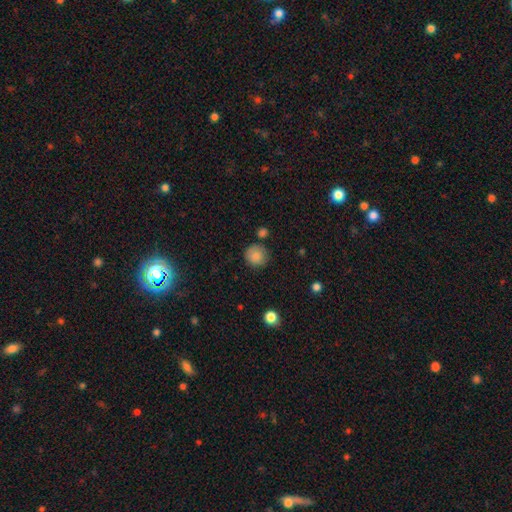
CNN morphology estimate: smooth-or-featured: smooth: 85% | star or artifact: 9% | featured or disk: 5%
  how-rounded: round: 88% | in between: 11% | cigar-shaped: 1%
  merging: none: 74% | minor disturbance: 16% | major disturbance: 5% | merger: 5%